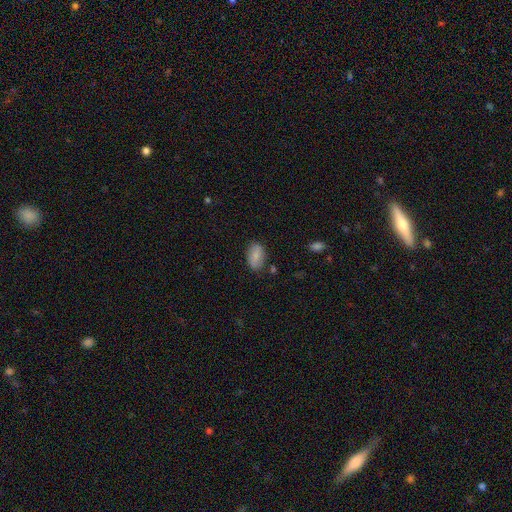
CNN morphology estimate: smooth-or-featured: smooth: 78% | featured or disk: 15% | star or artifact: 7%
  how-rounded: in between: 91% | round: 7% | cigar-shaped: 2%
  merging: none: 81% | minor disturbance: 13% | major disturbance: 3% | merger: 2%